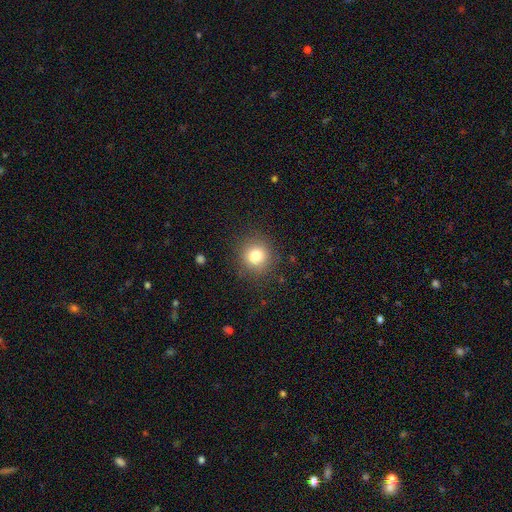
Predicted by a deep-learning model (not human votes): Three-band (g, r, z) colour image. It shows a smooth galaxy with no disk features (80%) that is round (91%). Merging: none (87%).